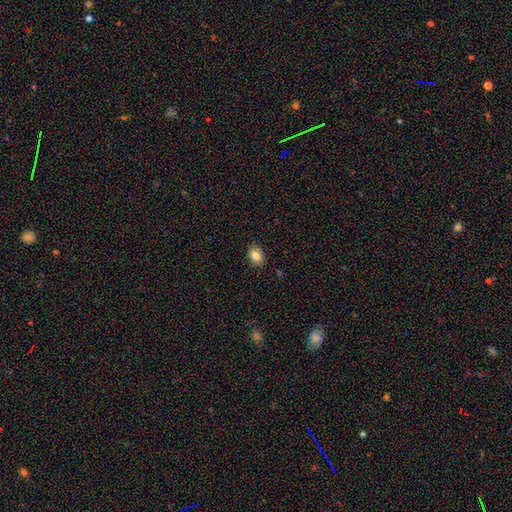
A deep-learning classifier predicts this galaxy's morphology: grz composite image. It shows a smooth galaxy with no disk features (84%) that is in between round and cigar-shaped (73%). Merging: none (84%).